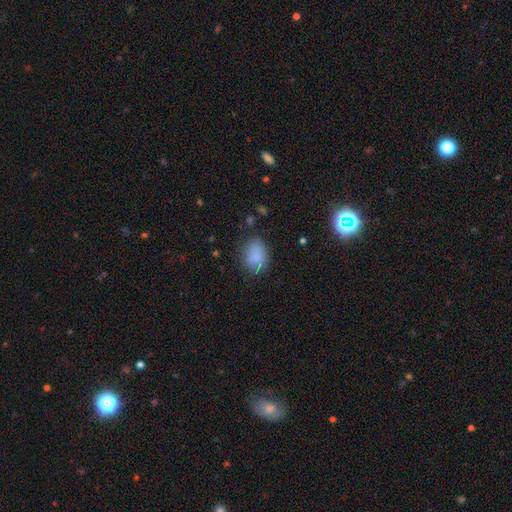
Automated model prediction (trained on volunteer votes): This appears to be a smooth galaxy with no disk features (84%) that is in between round and cigar-shaped (66%). Merging: none (73%).